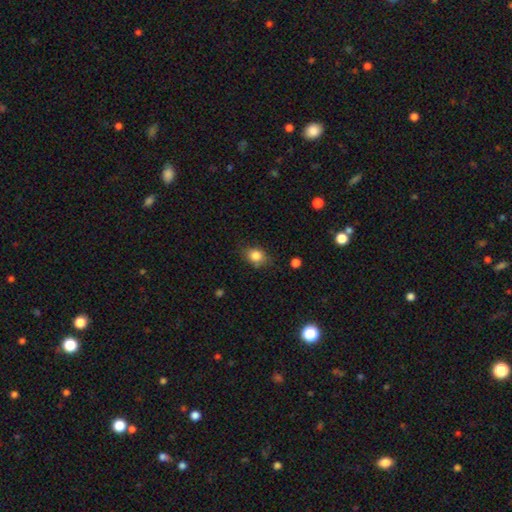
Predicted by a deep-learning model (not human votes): Overall: smooth (83%). How rounded: in between (63%; round 36%). Merging: none (71%).